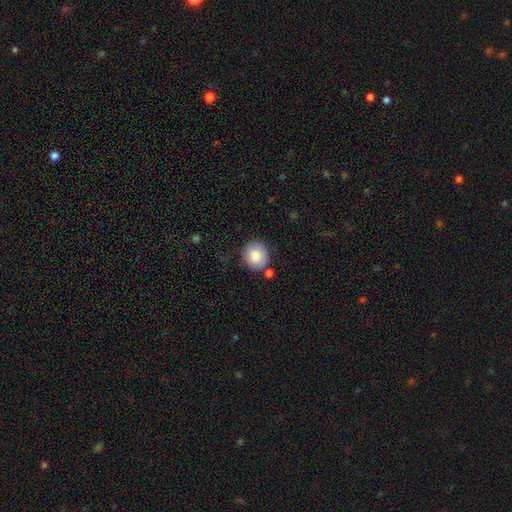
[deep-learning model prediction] smooth-or-featured: smooth: 86% | star or artifact: 7% | featured or disk: 7%
  how-rounded: round: 85% | in between: 14% | cigar-shaped: 1%
  merging: none: 79% | minor disturbance: 12% | merger: 5% | major disturbance: 3%